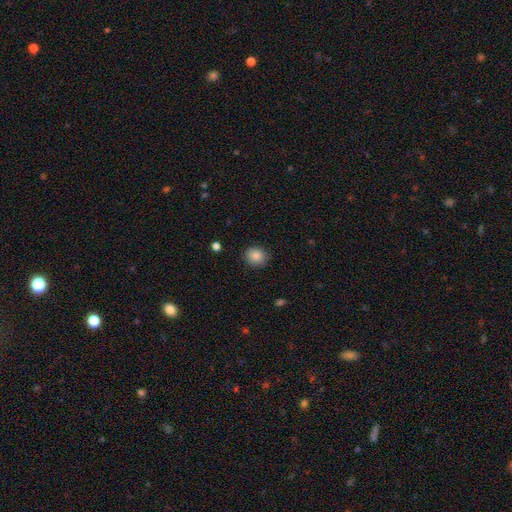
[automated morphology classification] Smooth or featured: smooth — 86% (star or artifact — 9%)
How rounded: round — 78% (in between — 21%)
Merging: none — 87% (minor disturbance — 10%)